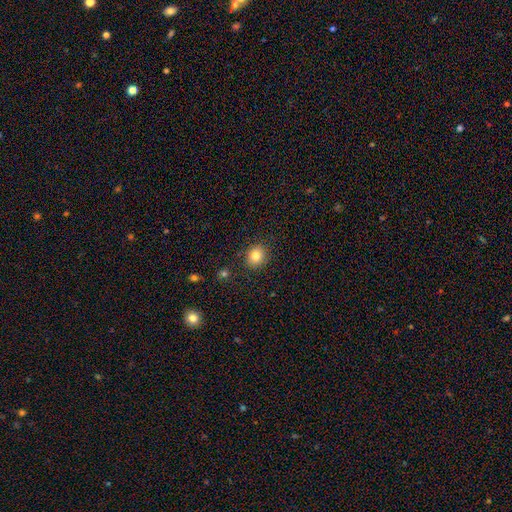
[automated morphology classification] This is clearly a smooth galaxy (82%). How rounded: likely round (79%). Merging: clearly none (88%).